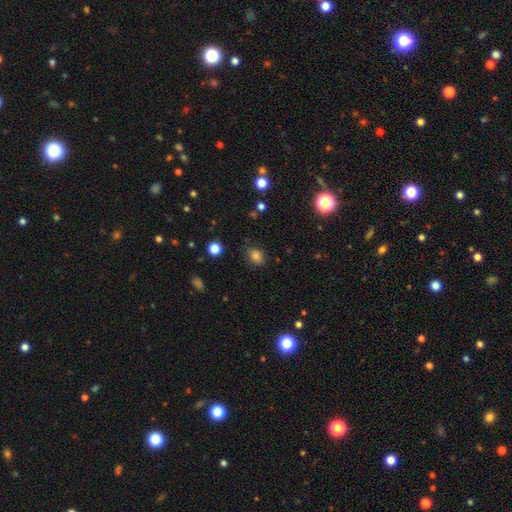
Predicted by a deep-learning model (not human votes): Overall: smooth (81%). How rounded: in between (60%; round 38%). Merging: none (79%).